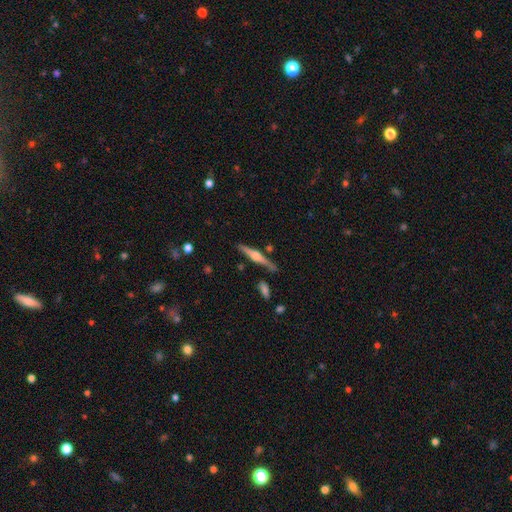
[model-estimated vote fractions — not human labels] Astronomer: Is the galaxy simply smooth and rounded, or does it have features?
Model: featured or disk — 72%.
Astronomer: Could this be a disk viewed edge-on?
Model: yes — 98%.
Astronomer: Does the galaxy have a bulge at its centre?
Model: rounded — 81%.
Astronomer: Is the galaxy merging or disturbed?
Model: none — 82%.